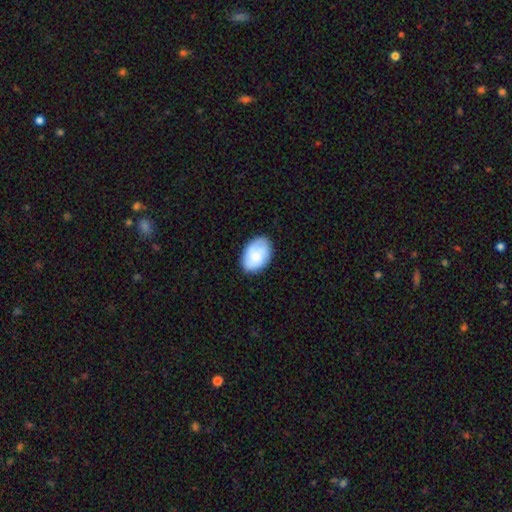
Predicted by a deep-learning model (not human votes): The model was most divided on "smooth or featured": smooth: 80%, featured or disk: 14%, star or artifact: 6%. More confident: how rounded — in between (86%); merging — none (83%).